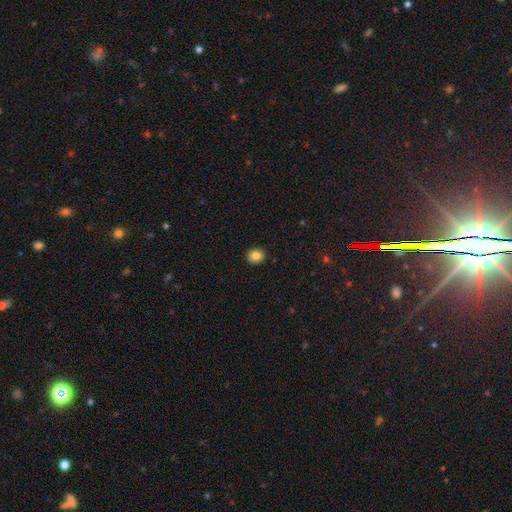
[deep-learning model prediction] smooth 84%, star or artifact 10%, featured or disk 6%. Down the decision tree: how rounded — round (71%); merging — none (91%).